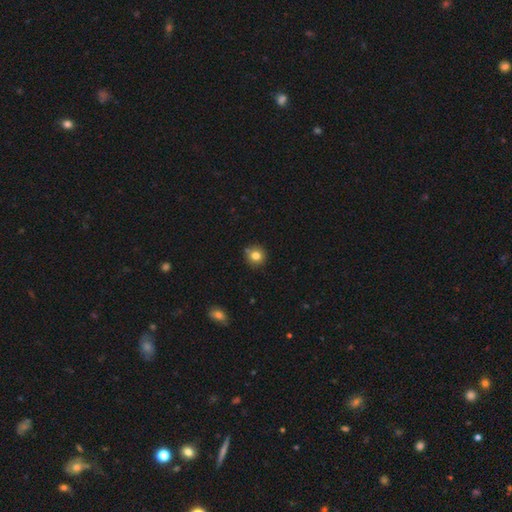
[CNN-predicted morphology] type=smooth (79%); roundness=round (91%); merging=none (80%).